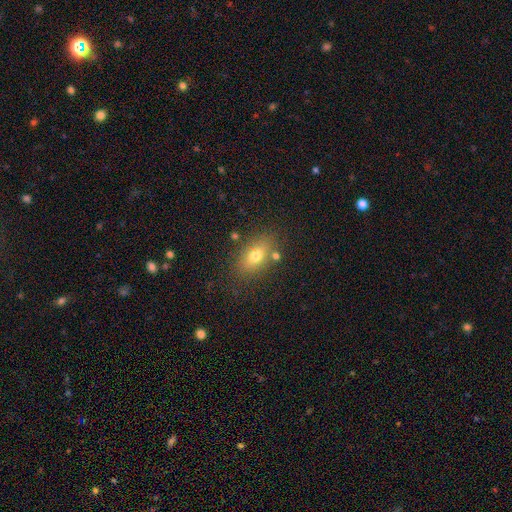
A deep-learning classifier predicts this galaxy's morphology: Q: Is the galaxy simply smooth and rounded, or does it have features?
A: smooth — 71%.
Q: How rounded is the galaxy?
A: in between — 82%.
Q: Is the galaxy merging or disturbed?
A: none — 78%.